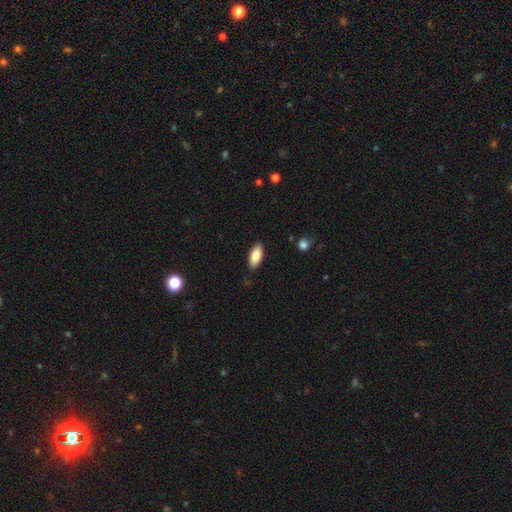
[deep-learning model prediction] Smooth or featured: smooth — 85% (featured or disk — 8%)
How rounded: in between — 89% (cigar-shaped — 10%)
Merging: none — 87% (minor disturbance — 10%)